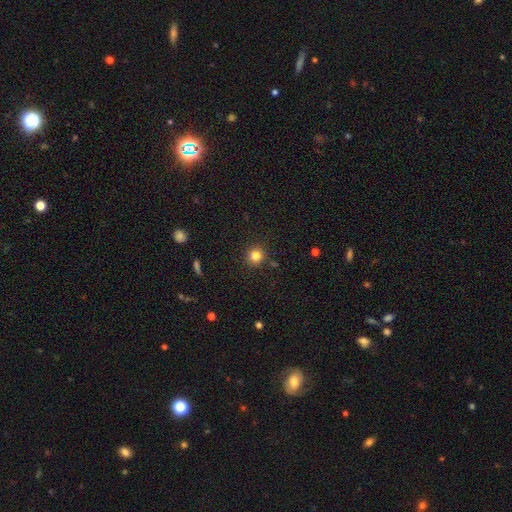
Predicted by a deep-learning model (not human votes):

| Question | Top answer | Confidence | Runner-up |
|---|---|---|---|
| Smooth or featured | smooth | 82% | star or artifact (12%) |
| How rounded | round | 90% | in between (9%) |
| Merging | none | 89% | minor disturbance (7%) |